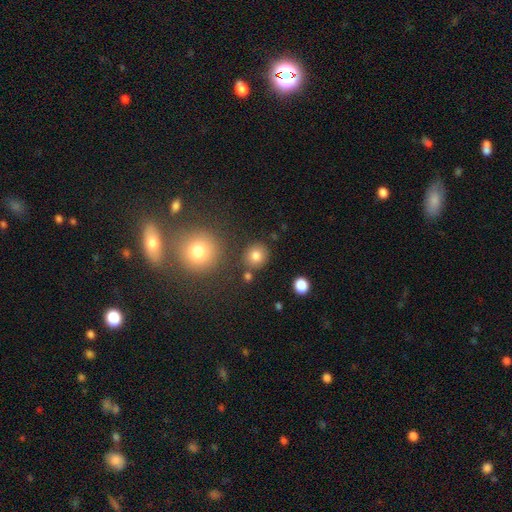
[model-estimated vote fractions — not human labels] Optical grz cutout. It shows a smooth galaxy with no disk features (80%) that is round (87%). Merging: none (83%).